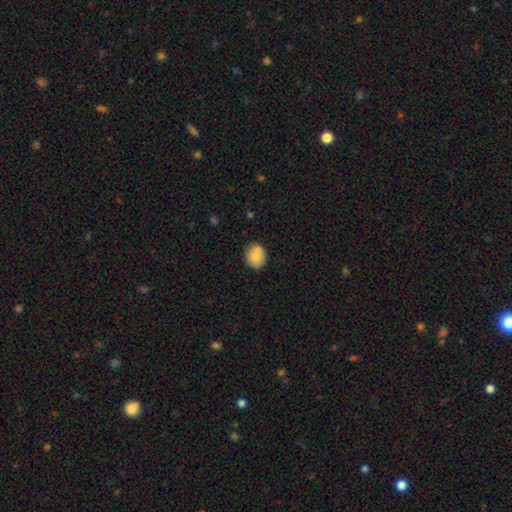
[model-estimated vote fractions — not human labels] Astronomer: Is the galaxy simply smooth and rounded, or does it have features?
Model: smooth — 78%.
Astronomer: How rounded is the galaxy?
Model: round — 61% (runner-up: in between, 38%).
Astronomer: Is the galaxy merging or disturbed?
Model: none — 70%.